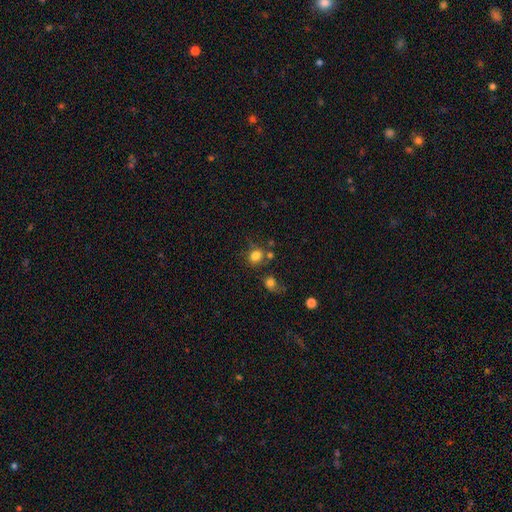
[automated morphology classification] Smooth or featured: smooth — 80% (star or artifact — 12%)
How rounded: round — 70% (in between — 29%)
Merging: none — 60% (minor disturbance — 16%)